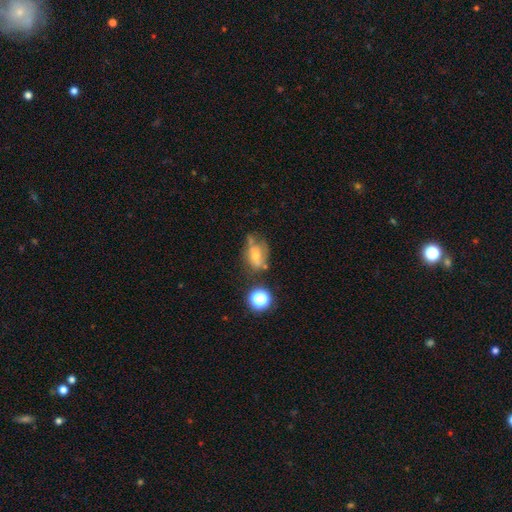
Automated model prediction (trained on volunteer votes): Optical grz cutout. It shows a smooth galaxy with no disk features (52%) that is in between round and cigar-shaped (64%). Merging: none (38%).